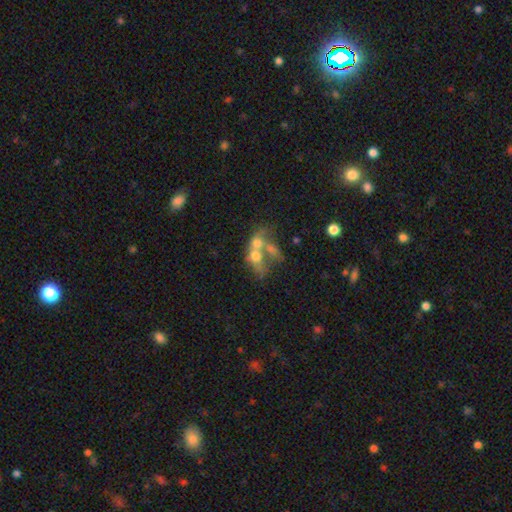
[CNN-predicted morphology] The model was most divided on "smooth or featured": smooth: 47%, featured or disk: 38%, star or artifact: 15%. More confident: merging — merger (69%).